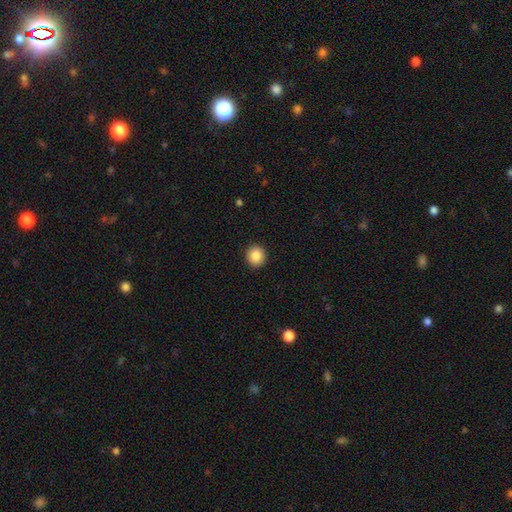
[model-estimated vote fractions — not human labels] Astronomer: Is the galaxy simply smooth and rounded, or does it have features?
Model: smooth — 86%.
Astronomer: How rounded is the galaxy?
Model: round — 90%.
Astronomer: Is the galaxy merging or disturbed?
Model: none — 93%.